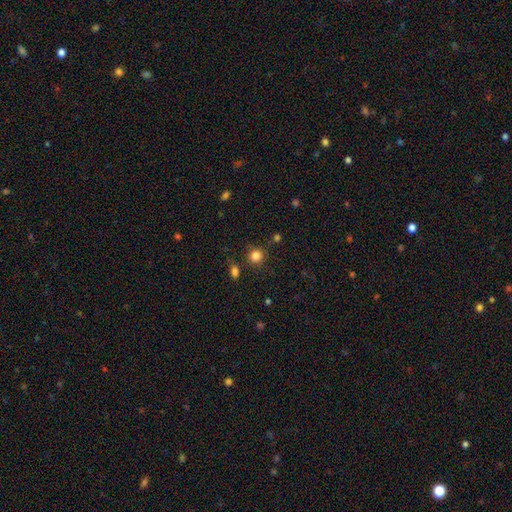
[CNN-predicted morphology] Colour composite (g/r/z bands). It shows a smooth galaxy with no disk features (82%) that is round (90%). Merging: none (83%).